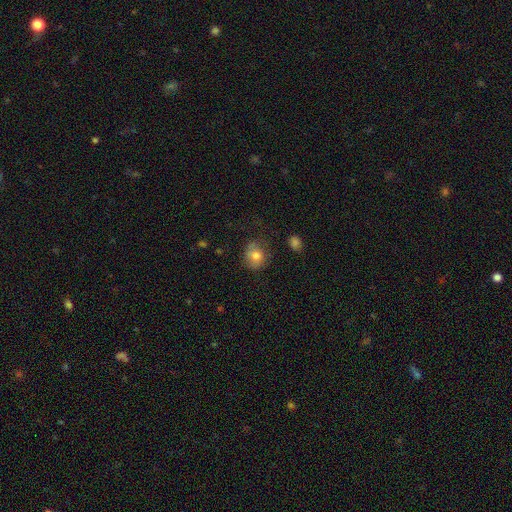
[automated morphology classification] Overall: smooth (75%). How rounded: round (68%; in between 31%). Merging: none (66%).